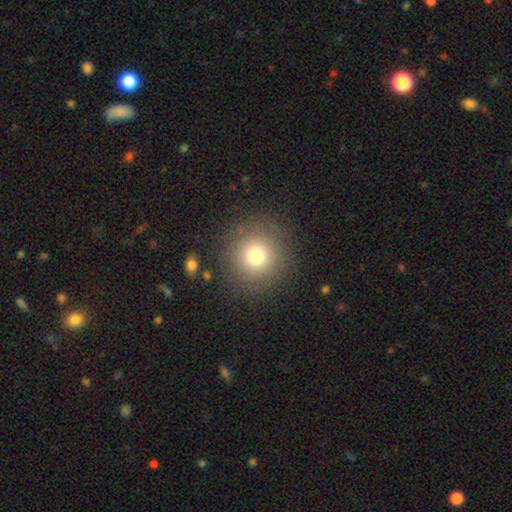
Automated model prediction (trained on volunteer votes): A smooth galaxy with no disk features (75%) that is round (94%).

Vote fractions:
- Smooth or featured? smooth: 75% / star or artifact: 15% / featured or disk: 10%
- How rounded? round: 94% / in between: 5% / cigar-shaped: 1%
- Merging? none: 88% / minor disturbance: 7% / major disturbance: 4% / merger: 1%